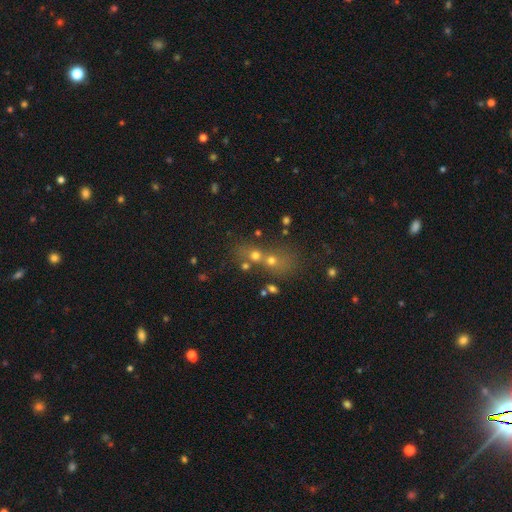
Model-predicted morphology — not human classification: Smooth or featured: smooth — 50% (star or artifact — 28%)
How rounded: round — 68% (in between — 28%)
Merging: merger — 59% (none — 29%)